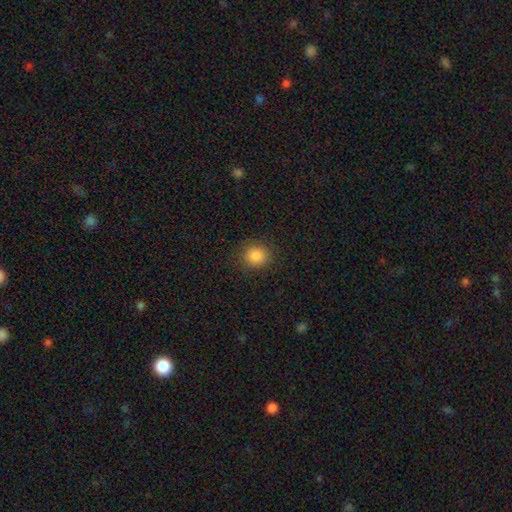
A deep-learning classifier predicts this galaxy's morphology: Smooth or featured? smooth (86%)
How rounded? round (84%)
Merging? none (89%)